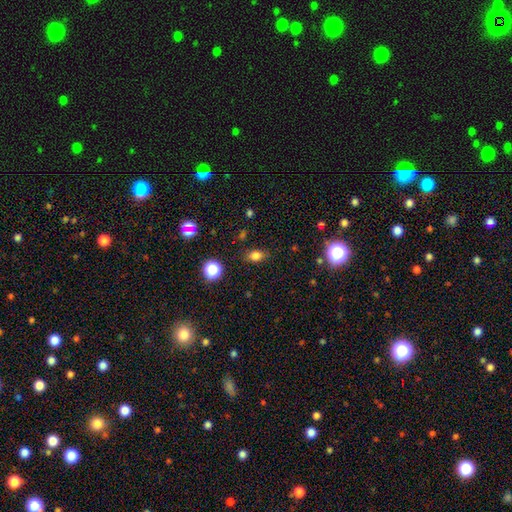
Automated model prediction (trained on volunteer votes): smooth 78%, star or artifact 15%, featured or disk 6%. Down the decision tree: how rounded — in between (76%); merging — none (83%).